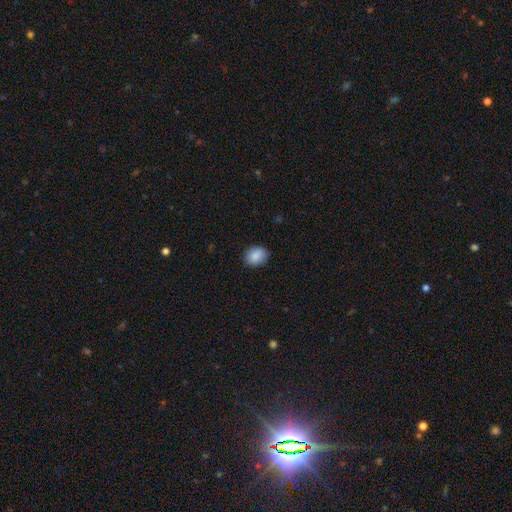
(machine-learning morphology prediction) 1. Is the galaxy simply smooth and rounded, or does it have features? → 88% smooth, 8% star or artifact, 4% featured or disk.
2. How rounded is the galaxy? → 54% in between, 45% round, 1% cigar-shaped.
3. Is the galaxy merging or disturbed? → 87% none, 10% minor disturbance, 2% major disturbance, 1% merger.